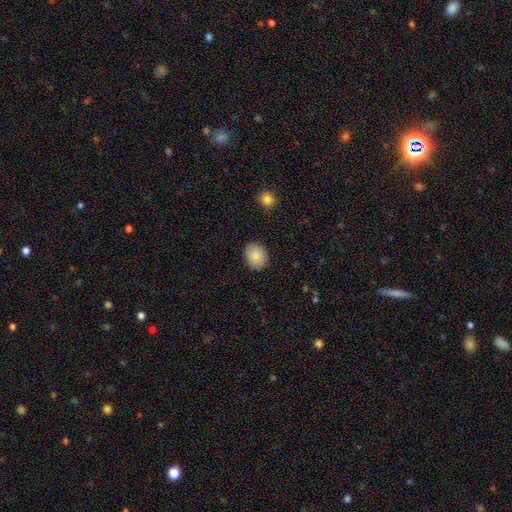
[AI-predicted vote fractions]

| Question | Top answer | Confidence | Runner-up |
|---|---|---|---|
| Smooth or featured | smooth | 87% | star or artifact (7%) |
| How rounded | round | 55% | in between (44%) |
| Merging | none | 88% | minor disturbance (9%) |